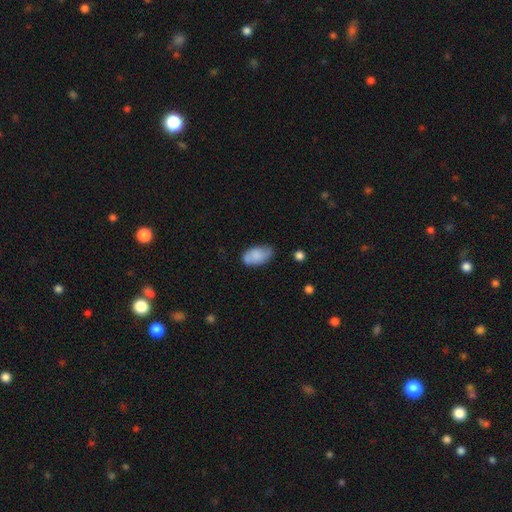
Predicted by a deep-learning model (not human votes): A smooth galaxy with no disk features (79%) that is in between round and cigar-shaped (94%).

Vote fractions:
- Smooth or featured? smooth: 79% / featured or disk: 14% / star or artifact: 7%
- How rounded? in between: 94% / round: 4% / cigar-shaped: 2%
- Merging? none: 65% / minor disturbance: 26% / major disturbance: 5% / merger: 3%